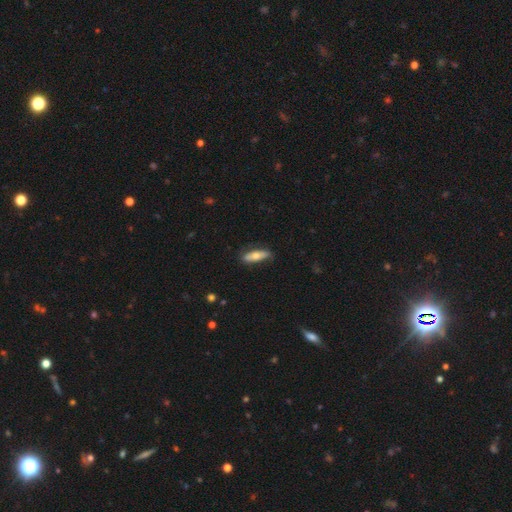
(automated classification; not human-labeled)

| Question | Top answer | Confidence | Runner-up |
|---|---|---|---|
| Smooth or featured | smooth | 64% | featured or disk (30%) |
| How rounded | in between | 49% | tied: cigar-shaped (49%) |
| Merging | none | 74% | minor disturbance (20%) |